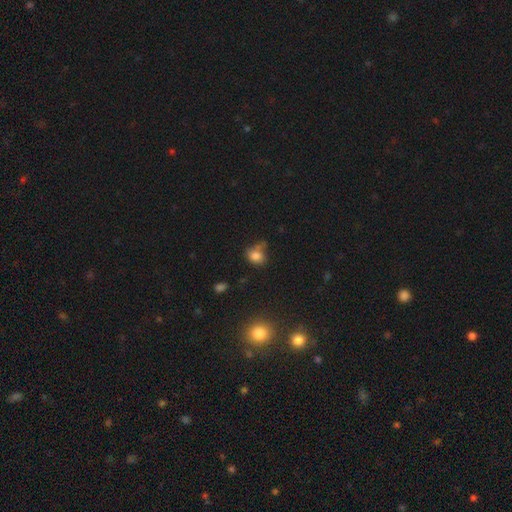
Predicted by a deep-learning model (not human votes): Smooth or featured: smooth — 79% (star or artifact — 13%)
How rounded: round — 50% (in between — 49%)
Merging: none — 53% (minor disturbance — 24%)